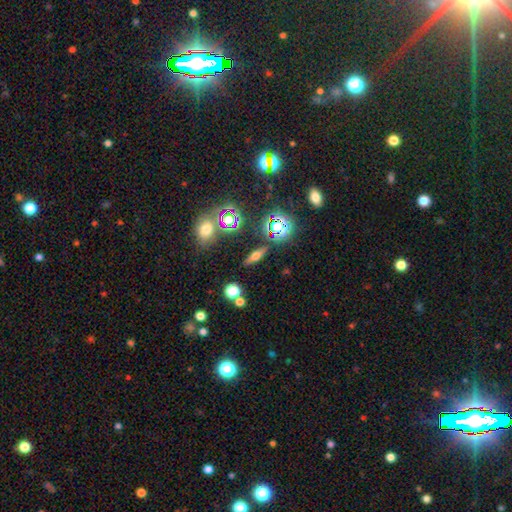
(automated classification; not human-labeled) The model was most divided on "smooth or featured": smooth: 41%, featured or disk: 37%, star or artifact: 22%. More confident: merging — none (85%).